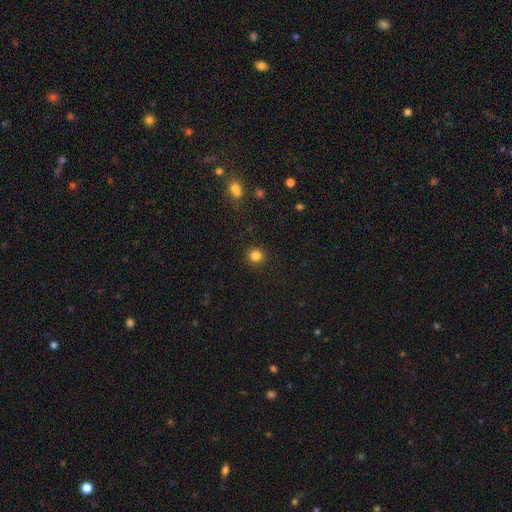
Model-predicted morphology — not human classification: Smooth or featured?
  - smooth: 83% *
  - star or artifact: 12%
  - featured or disk: 5%
How rounded?
  - round: 91% *
  - in between: 8%
  - cigar-shaped: 1%
Merging?
  - none: 91% *
  - minor disturbance: 6%
  - major disturbance: 2%
  - merger: 1%